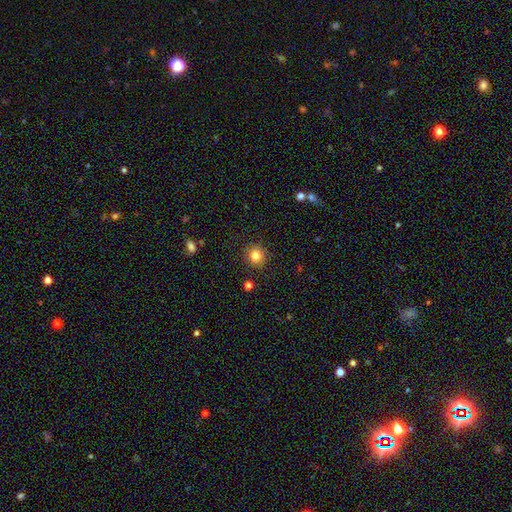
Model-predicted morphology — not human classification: Overall: smooth (82%). How rounded: round (93%). Merging: none (91%).